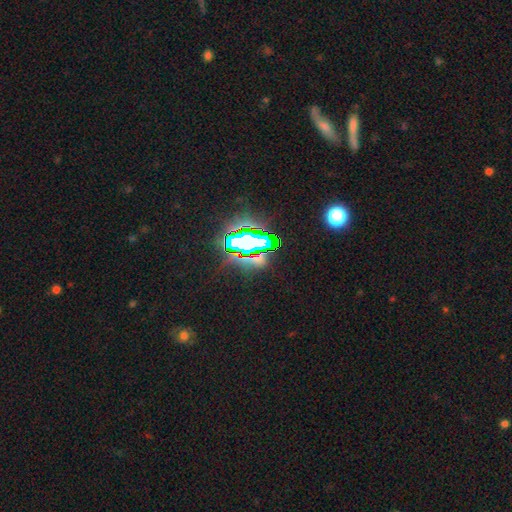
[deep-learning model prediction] A star or artifact, not a galaxy (71%).